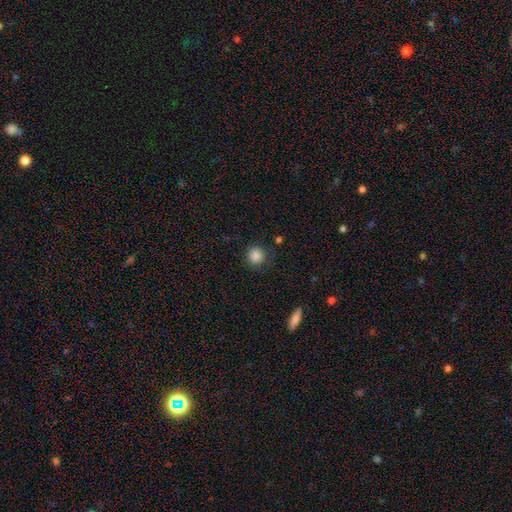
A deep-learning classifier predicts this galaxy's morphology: Smooth or featured? smooth (86%)
How rounded? round (91%)
Merging? none (84%)